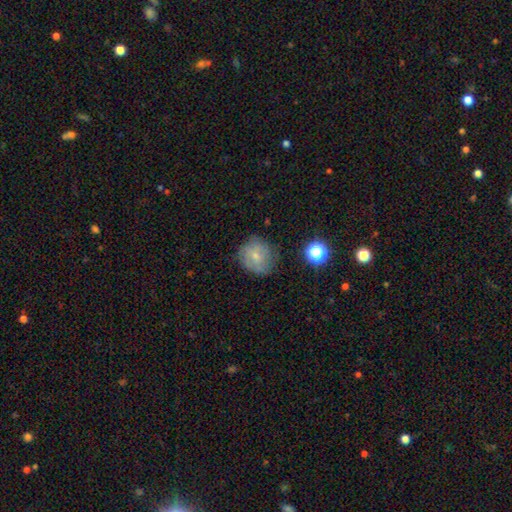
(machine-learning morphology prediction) smooth_or_featured: smooth (p=0.66) [alt: featured or disk p=0.23]
how_rounded: round (p=0.84) [alt: in between p=0.15]
merging: none (p=0.68) [alt: minor disturbance p=0.23]